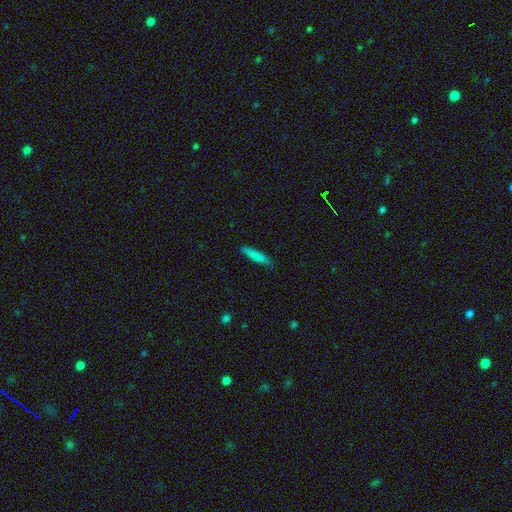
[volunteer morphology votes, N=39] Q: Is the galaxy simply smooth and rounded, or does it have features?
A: smooth — 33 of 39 (85%).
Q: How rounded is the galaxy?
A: cigar-shaped — 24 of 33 (73%).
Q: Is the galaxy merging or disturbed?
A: none — 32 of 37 (86%).